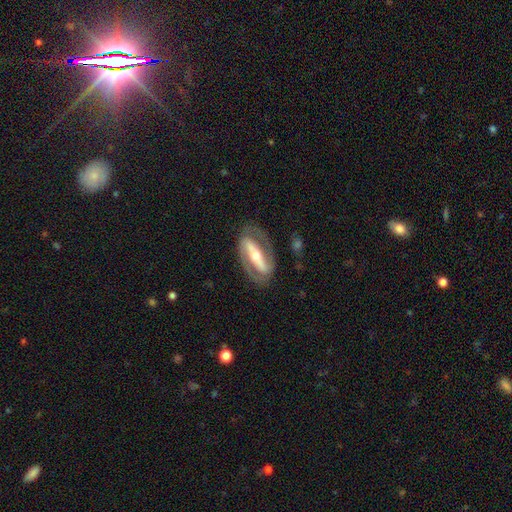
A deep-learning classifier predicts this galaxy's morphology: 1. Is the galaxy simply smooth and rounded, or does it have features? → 85% featured or disk, 11% smooth, 4% star or artifact.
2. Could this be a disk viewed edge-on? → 88% no, 12% yes.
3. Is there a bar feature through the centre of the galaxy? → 77% strong, 13% weak, 10% no.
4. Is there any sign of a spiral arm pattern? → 84% yes, 16% no.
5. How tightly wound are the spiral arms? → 42% medium, 40% tight, 17% loose.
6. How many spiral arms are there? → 88% 2, 6% can't tell, 4% 1, 1% 3, 1% 4, 1% more than 4.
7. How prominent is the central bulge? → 52% moderate, 40% small, 5% large, 1% none, 1% dominant.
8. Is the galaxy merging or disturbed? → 80% none, 12% minor disturbance, 7% major disturbance, 1% merger.